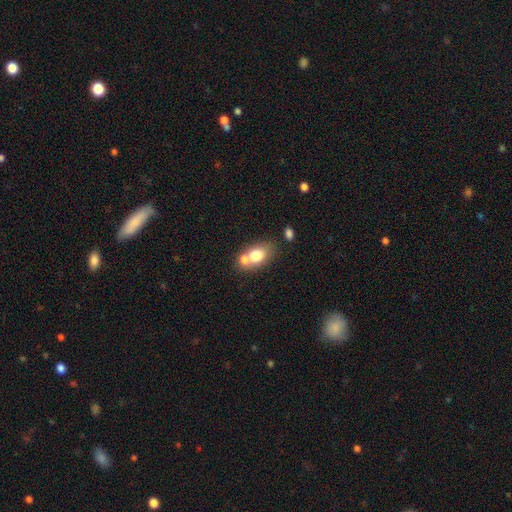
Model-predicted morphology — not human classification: Smooth or featured? Predicted: smooth (p=0.72). How rounded? Predicted: in between (p=0.71). Merging? Predicted: merger (p=0.46).